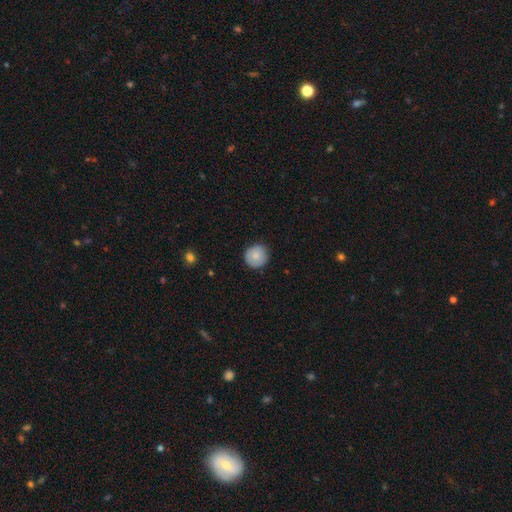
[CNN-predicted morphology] A smooth galaxy with no disk features (82%) that is round (92%). Merging: none (86%).